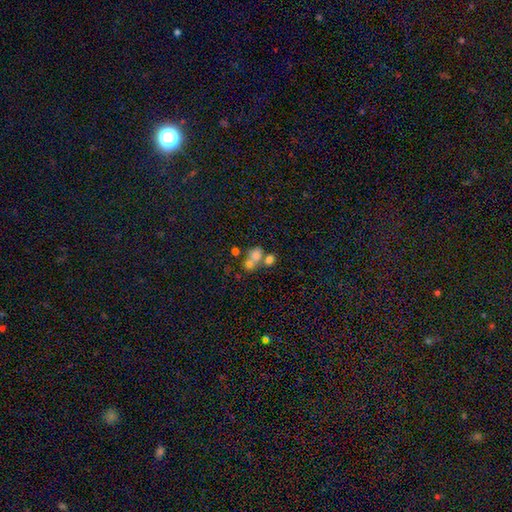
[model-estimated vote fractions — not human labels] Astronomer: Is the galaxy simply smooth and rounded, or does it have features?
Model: smooth — 67%.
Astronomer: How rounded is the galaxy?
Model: round — 64%.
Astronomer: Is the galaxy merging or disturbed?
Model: merger — 58%.